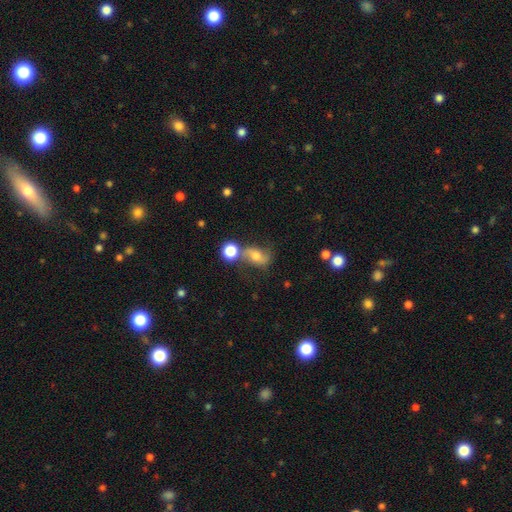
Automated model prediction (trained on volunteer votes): A smooth galaxy with no disk features (44%). Merging: none (49%).